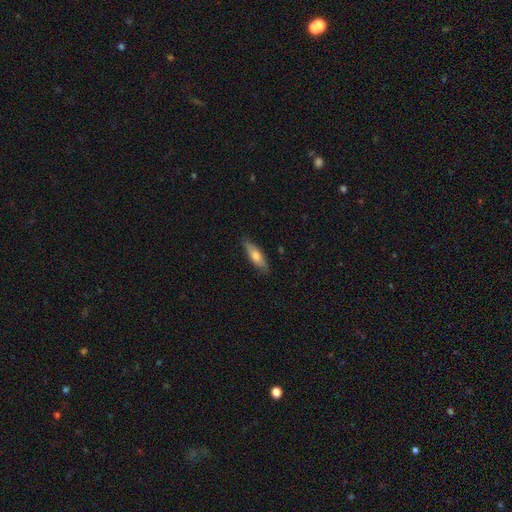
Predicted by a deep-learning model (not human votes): Smooth or featured? smooth (67%)
How rounded? cigar-shaped (52%)
Merging? none (84%)